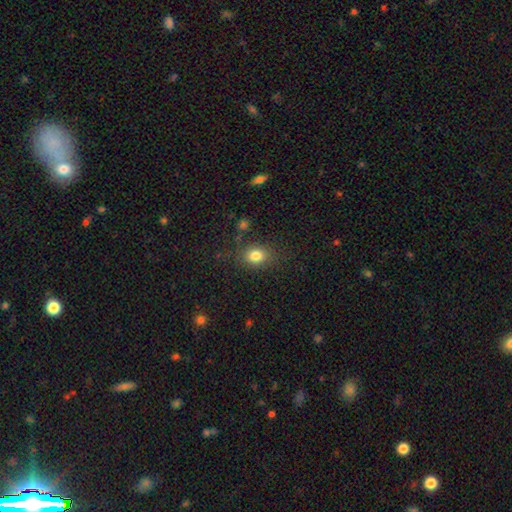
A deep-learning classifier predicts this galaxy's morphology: type=smooth (82%); roundness=in between (54%); merging=none (79%).